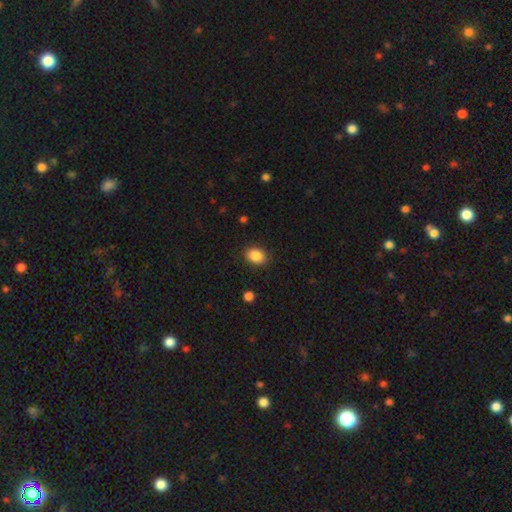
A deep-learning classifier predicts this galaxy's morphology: Q: Smooth or featured?
A: smooth (88%); runner-up: star or artifact (8%)
Q: How rounded?
A: in between (68%); runner-up: round (31%)
Q: Merging?
A: none (88%); runner-up: minor disturbance (8%)